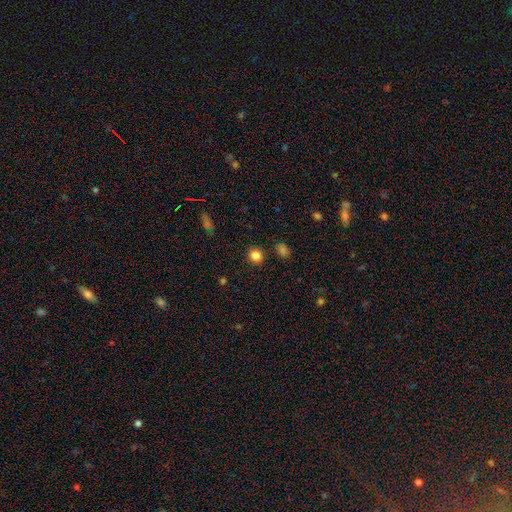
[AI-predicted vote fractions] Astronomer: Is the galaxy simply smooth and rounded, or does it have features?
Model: smooth — 83%.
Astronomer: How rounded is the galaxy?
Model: round — 89%.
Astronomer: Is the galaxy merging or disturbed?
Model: none — 90%.